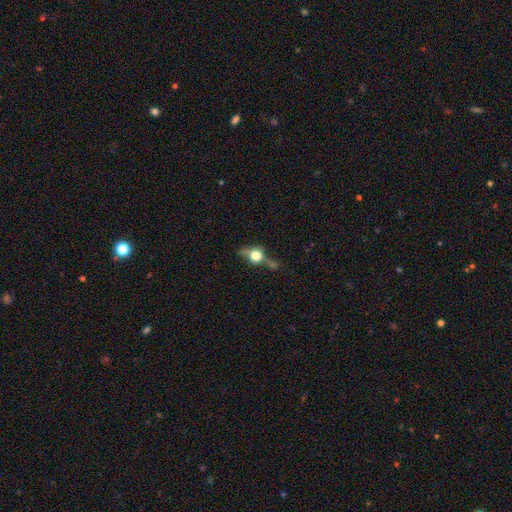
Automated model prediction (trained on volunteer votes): Morphology: type=featured or disk (46%); merging=none (57%).